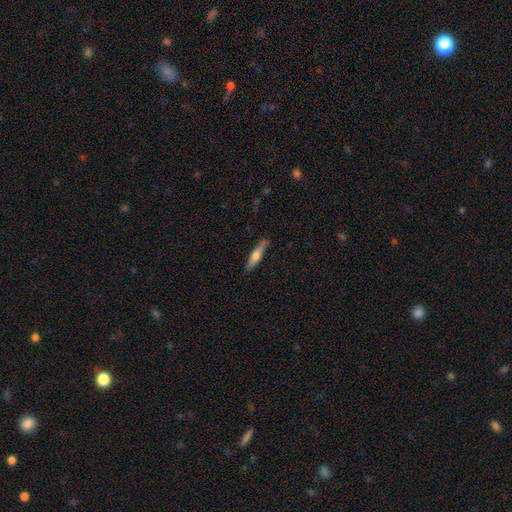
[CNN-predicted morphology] Smooth or featured? Predicted: smooth (p=0.48). Merging? Predicted: none (p=0.86).